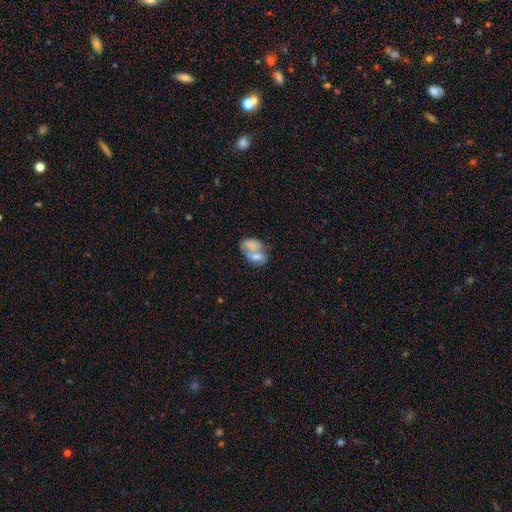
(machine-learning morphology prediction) smooth_or_featured: smooth (p=0.53) [alt: featured or disk p=0.37]
how_rounded: in between (p=0.78) [alt: round p=0.20]
merging: merger (p=0.52) [alt: none p=0.26]